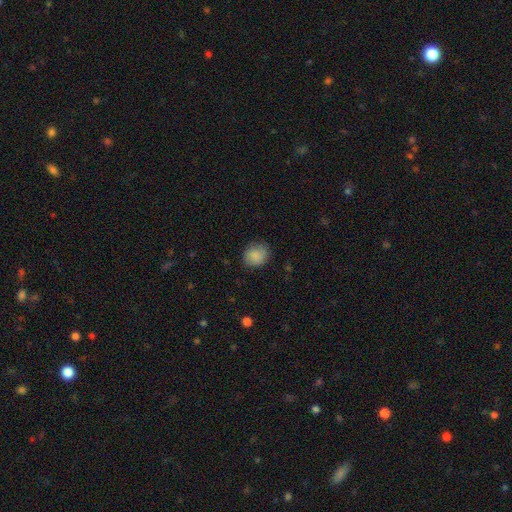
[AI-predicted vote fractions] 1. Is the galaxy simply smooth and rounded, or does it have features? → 87% smooth, 7% star or artifact, 6% featured or disk.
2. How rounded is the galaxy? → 71% round, 28% in between, 1% cigar-shaped.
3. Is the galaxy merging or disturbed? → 81% none, 14% minor disturbance, 4% major disturbance, 1% merger.